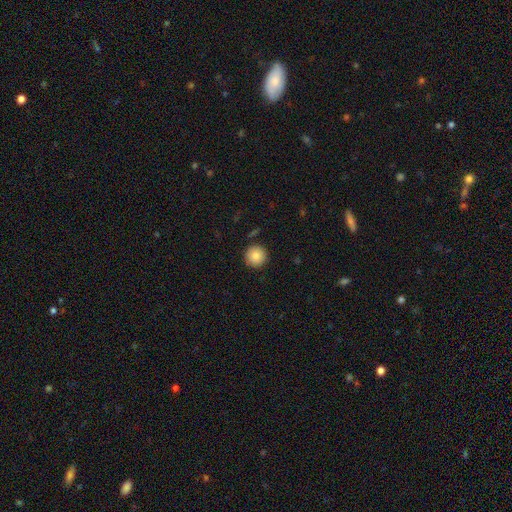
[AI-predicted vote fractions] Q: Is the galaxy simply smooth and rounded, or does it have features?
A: smooth — 85%.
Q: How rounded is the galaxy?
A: round — 96%.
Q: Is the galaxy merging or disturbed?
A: none — 91%.